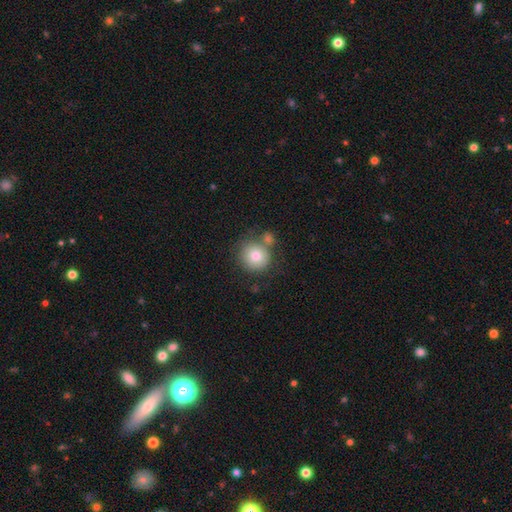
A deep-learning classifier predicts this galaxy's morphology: This is clearly a smooth galaxy (80%). How rounded: clearly round (91%). Merging: likely none (63%).